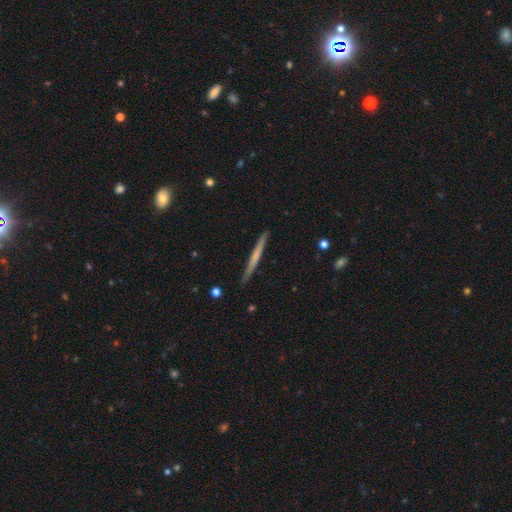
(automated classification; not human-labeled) smooth-or-featured: smooth: 48% | featured or disk: 47% | star or artifact: 5%
  merging: none: 91% | minor disturbance: 7% | major disturbance: 1% | merger: 1%